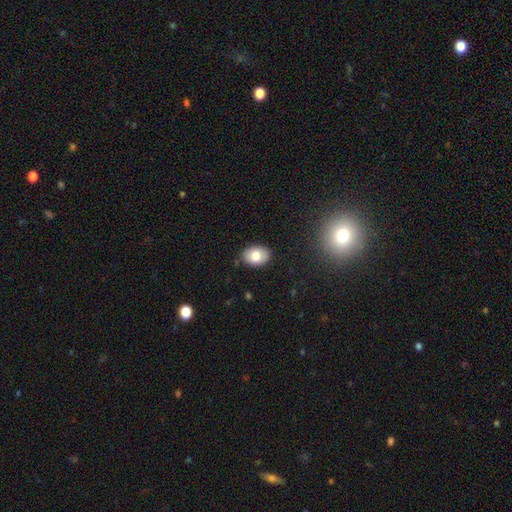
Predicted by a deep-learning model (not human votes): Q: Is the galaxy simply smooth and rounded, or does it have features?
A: smooth — 77%.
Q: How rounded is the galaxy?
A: in between — 77%.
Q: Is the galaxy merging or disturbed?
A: none — 85%.